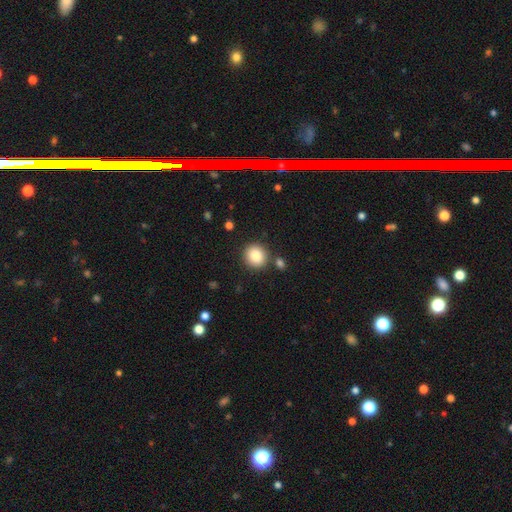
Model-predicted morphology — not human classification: This appears to be a smooth galaxy with no disk features (86%) that is round (87%). Merging: none (84%).